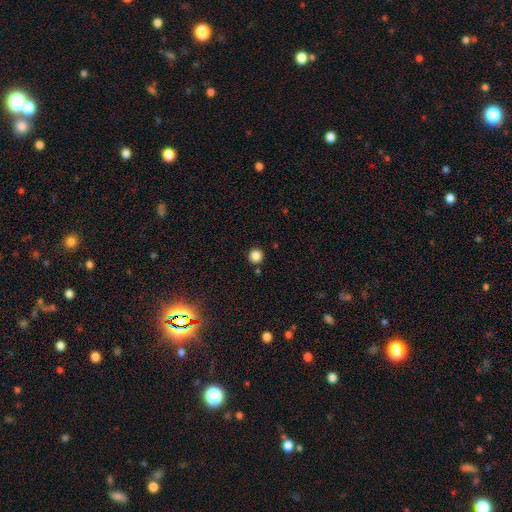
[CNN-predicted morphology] Overall: smooth (84%). How rounded: round (95%). Merging: none (90%).